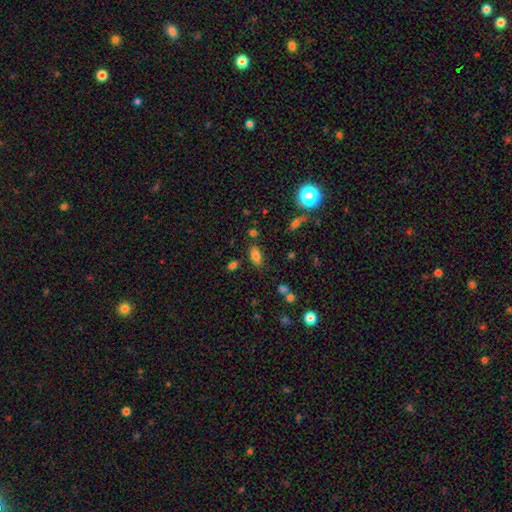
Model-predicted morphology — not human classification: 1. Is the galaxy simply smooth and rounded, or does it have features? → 78% smooth, 12% star or artifact, 10% featured or disk.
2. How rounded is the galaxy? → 89% in between, 6% round, 5% cigar-shaped.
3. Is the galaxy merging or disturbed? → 77% none, 14% minor disturbance, 5% merger, 4% major disturbance.